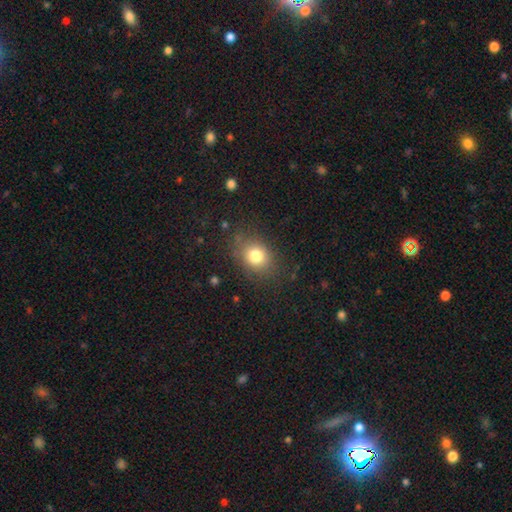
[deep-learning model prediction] Overall: smooth (78%). How rounded: round (50%; in between 49%). Merging: none (80%).